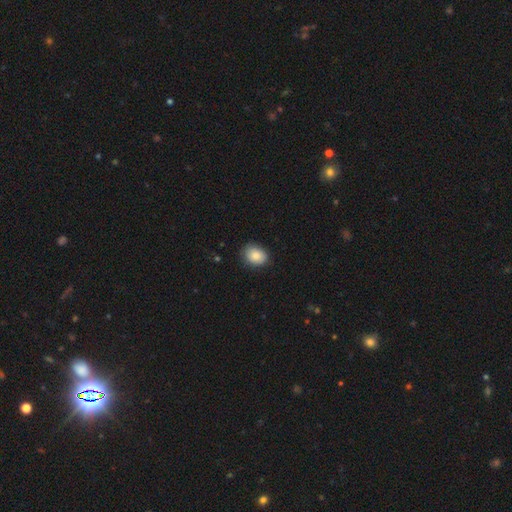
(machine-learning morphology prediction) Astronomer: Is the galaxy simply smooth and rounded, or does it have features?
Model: smooth — 86%.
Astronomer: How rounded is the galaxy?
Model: in between — 60% (runner-up: round, 39%).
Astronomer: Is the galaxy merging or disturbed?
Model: none — 82%.